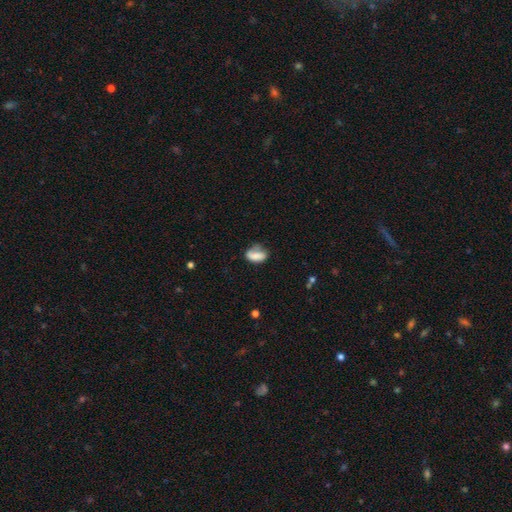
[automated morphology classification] This is likely a smooth galaxy (76%). How rounded: clearly in between (84%). Merging: marginally none (44%).